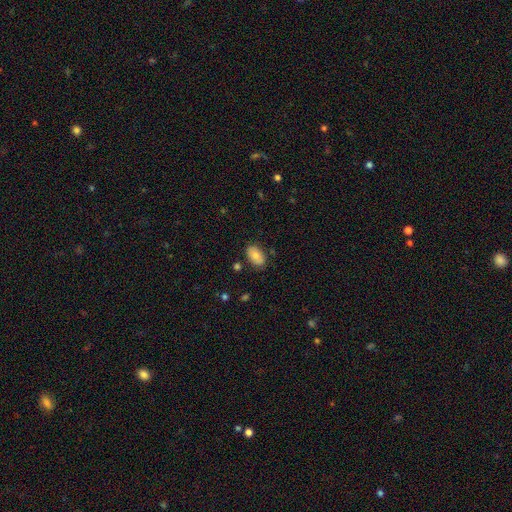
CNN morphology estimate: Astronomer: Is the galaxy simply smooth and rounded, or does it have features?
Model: smooth — 81%.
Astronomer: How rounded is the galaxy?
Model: in between — 93%.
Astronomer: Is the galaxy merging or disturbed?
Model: none — 81%.